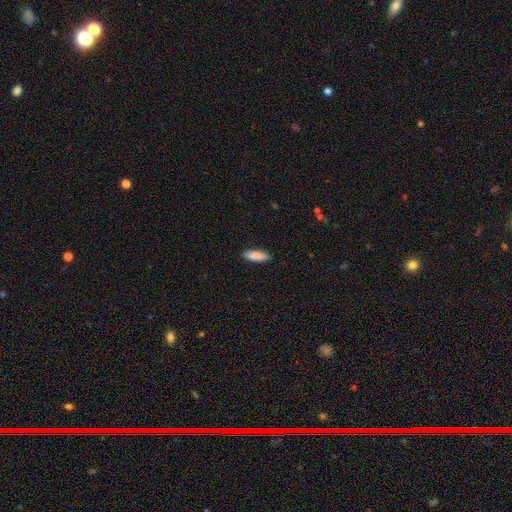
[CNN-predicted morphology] The model was most divided on "how rounded": in between: 65%, cigar-shaped: 33%, round: 2%. More confident: smooth or featured — smooth (89%); merging — none (89%).